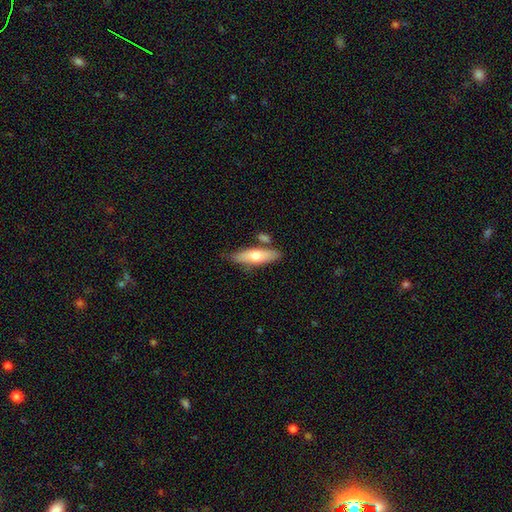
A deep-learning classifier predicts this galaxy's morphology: A smooth galaxy with no disk features (63%) that is cigar-shaped (49%).

Vote fractions:
- Smooth or featured? smooth: 63% / featured or disk: 31% / star or artifact: 5%
- How rounded? cigar-shaped: 49% / in between: 48% / round: 2%
- Merging? none: 69% / minor disturbance: 16% / merger: 11% / major disturbance: 4%